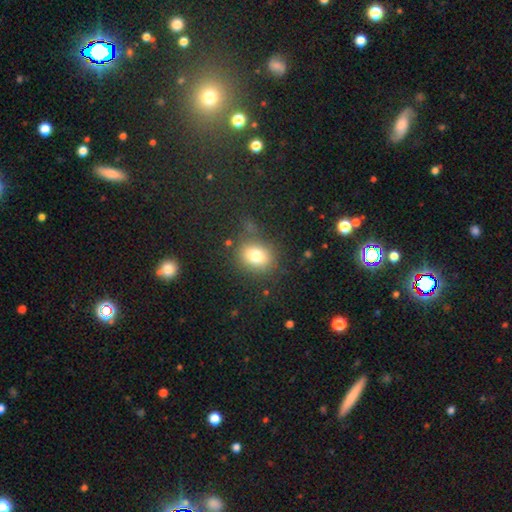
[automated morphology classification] The model was most divided on "how rounded": round: 56%, in between: 43%, cigar-shaped: 1%. More confident: smooth or featured — smooth (78%); merging — none (75%).